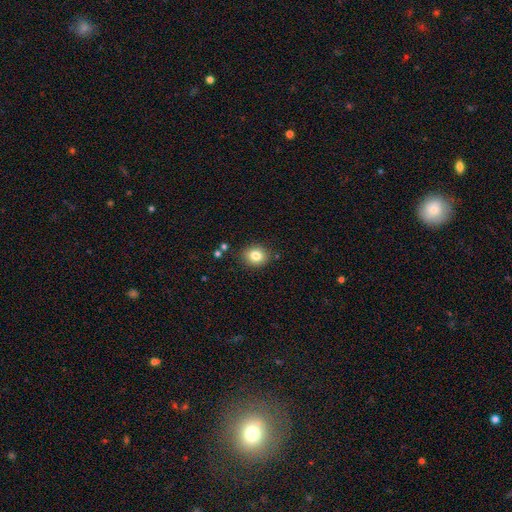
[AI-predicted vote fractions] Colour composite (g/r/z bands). It shows a smooth galaxy with no disk features (82%) that is round (68%). Merging: none (87%).